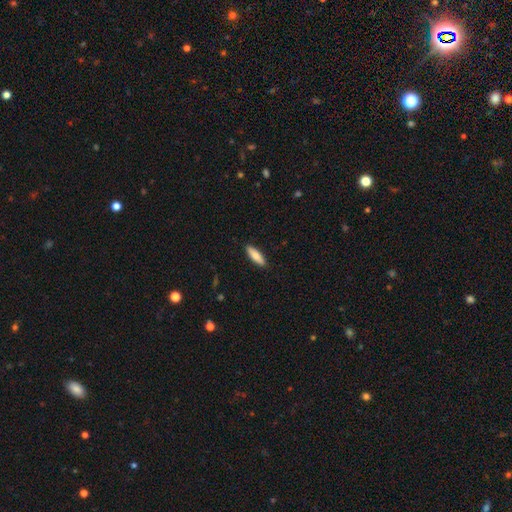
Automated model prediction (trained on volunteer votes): Smooth or featured?
  - smooth: 76% *
  - featured or disk: 18%
  - star or artifact: 6%
How rounded?
  - cigar-shaped: 51% *
  - in between: 47%
  - round: 2%
Merging?
  - none: 90% *
  - minor disturbance: 8%
  - major disturbance: 2%
  - merger: 1%